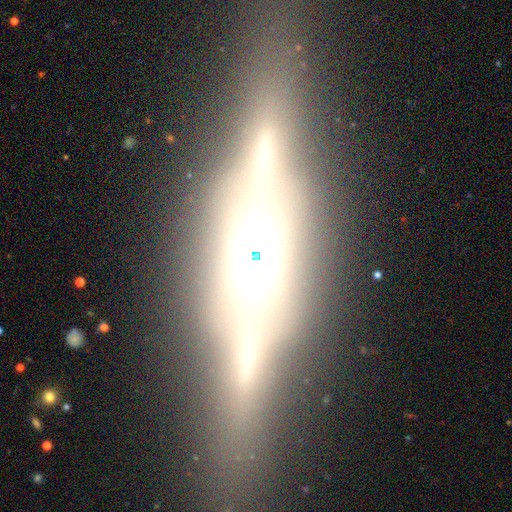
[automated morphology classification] A featured or disk galaxy (83%) viewed edge-on (93%) with a rounded central bulge (62%). Merging: none (76%).